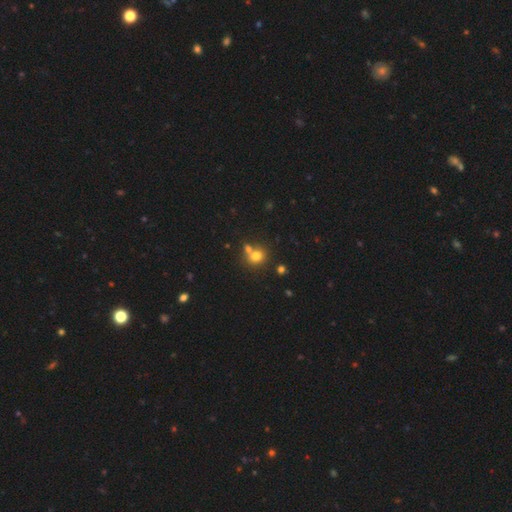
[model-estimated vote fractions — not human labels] Smooth or featured? smooth (76%)
How rounded? round (77%)
Merging? none (54%)